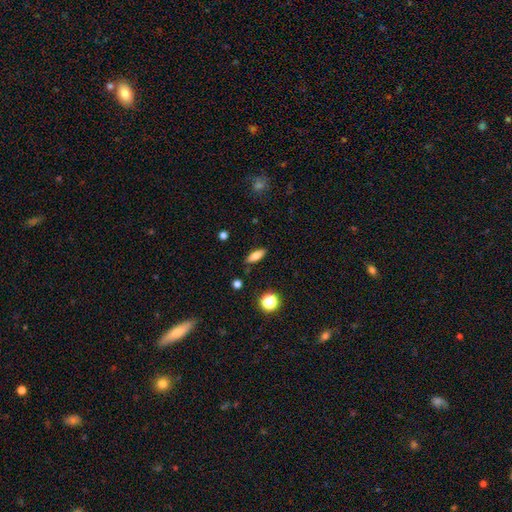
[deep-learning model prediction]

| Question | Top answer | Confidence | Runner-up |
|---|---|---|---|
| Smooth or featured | smooth | 79% | featured or disk (12%) |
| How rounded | in between | 66% | cigar-shaped (30%) |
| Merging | none | 87% | minor disturbance (9%) |